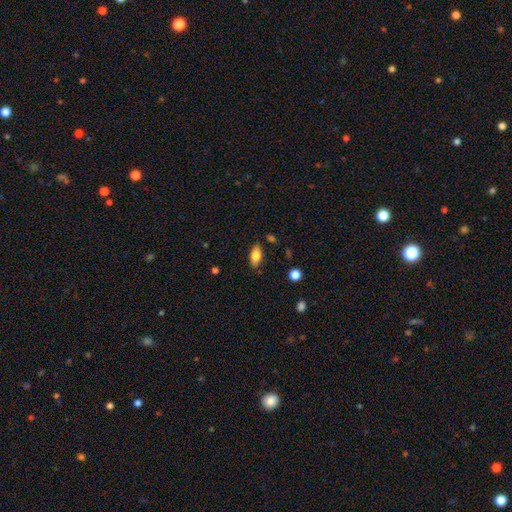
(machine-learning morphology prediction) smooth-or-featured: smooth: 79% | featured or disk: 13% | star or artifact: 8%
  how-rounded: in between: 89% | cigar-shaped: 7% | round: 4%
  merging: none: 84% | minor disturbance: 12% | major disturbance: 3% | merger: 2%